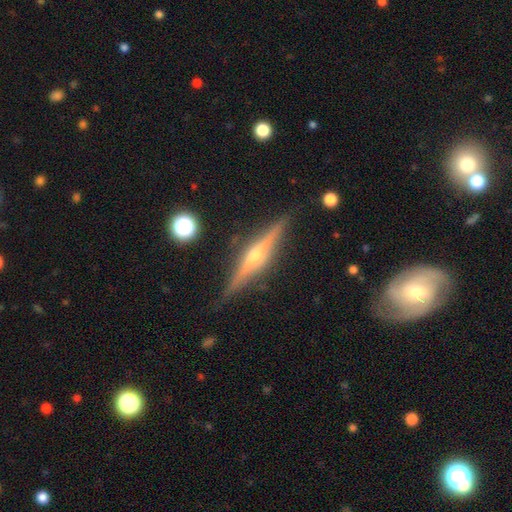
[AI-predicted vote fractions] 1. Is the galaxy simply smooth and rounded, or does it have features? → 81% featured or disk, 13% smooth, 6% star or artifact.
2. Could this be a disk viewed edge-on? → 98% yes, 2% no.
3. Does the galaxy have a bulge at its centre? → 89% rounded, 6% none, 5% boxy.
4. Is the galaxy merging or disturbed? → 88% none, 9% minor disturbance, 2% major disturbance, 1% merger.